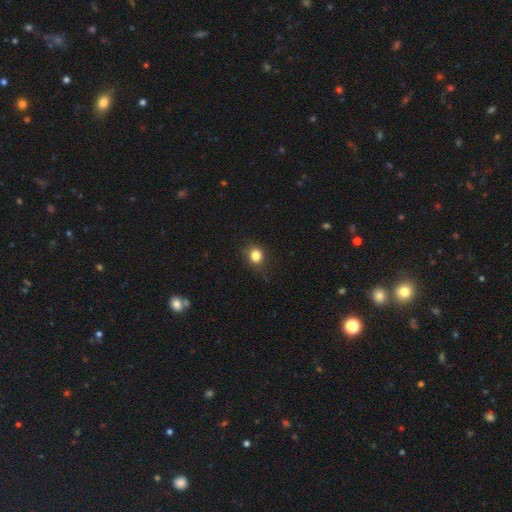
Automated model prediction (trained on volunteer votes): The model was most divided on "how rounded": round: 74%, in between: 25%, cigar-shaped: 1%. More confident: smooth or featured — smooth (83%); merging — none (80%).